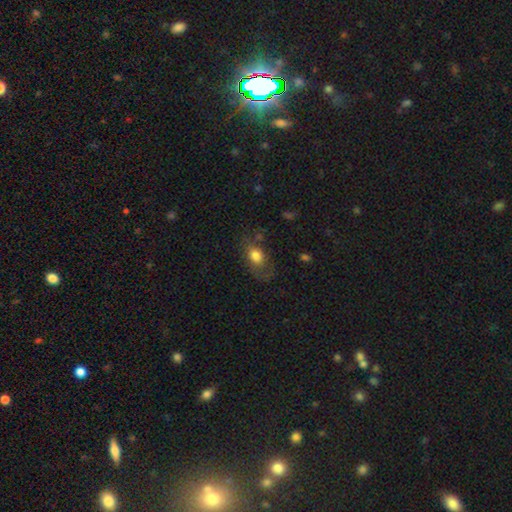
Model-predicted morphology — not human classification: Q: Smooth or featured?
A: smooth (72%); runner-up: featured or disk (20%)
Q: How rounded?
A: in between (72%); runner-up: round (26%)
Q: Merging?
A: none (54%); runner-up: minor disturbance (24%)